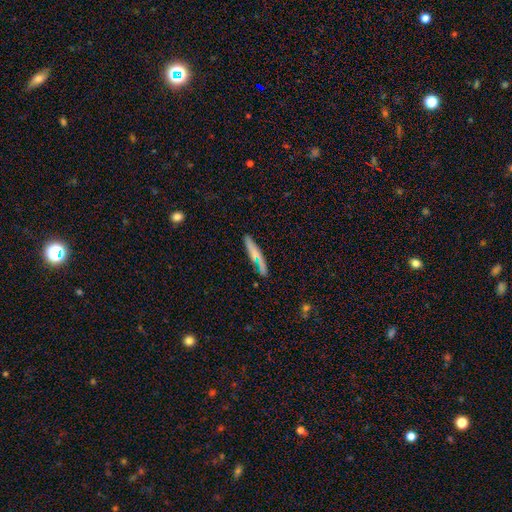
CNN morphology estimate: This appears to be a smooth galaxy with no disk features (57%) that is cigar-shaped (92%). Merging: none (79%).